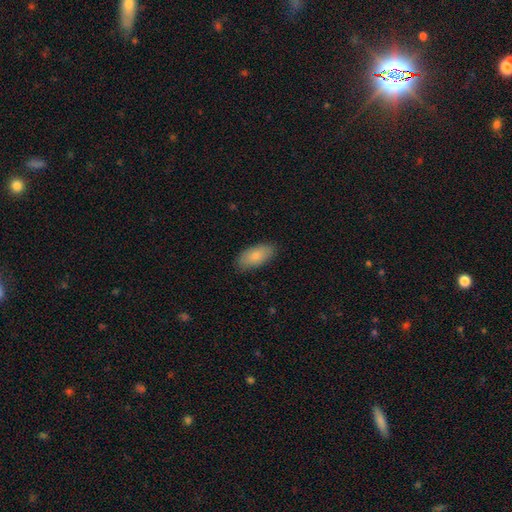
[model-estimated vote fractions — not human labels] Smooth or featured: smooth — 83% (featured or disk — 11%)
How rounded: in between — 91% (cigar-shaped — 6%)
Merging: none — 86% (minor disturbance — 11%)